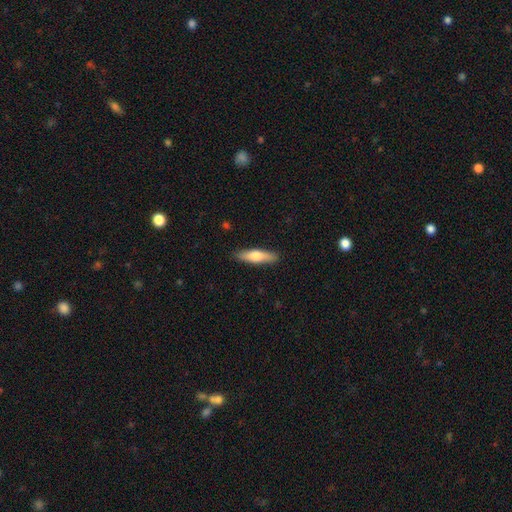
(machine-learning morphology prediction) smooth_or_featured: smooth (p=0.64) [alt: featured or disk p=0.31]
how_rounded: cigar-shaped (p=0.69) [alt: in between p=0.29]
merging: none (p=0.89) [alt: minor disturbance p=0.08]